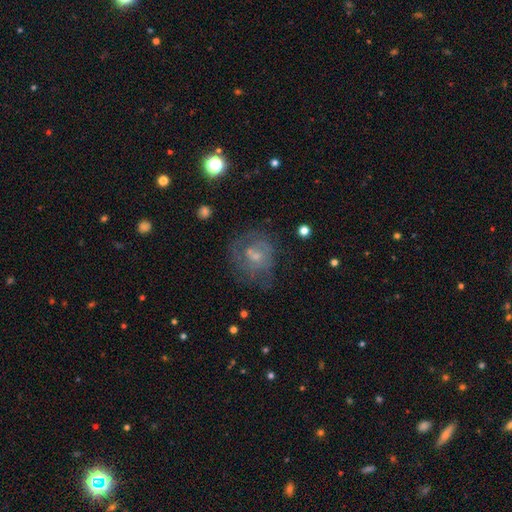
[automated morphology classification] featured or disk 62%, smooth 26%, star or artifact 12%. Down the decision tree: edge-on disk — no (98%); bar — no (65%); spiral arms — yes (70%); bulge size — small (57%); merging — none (55%).